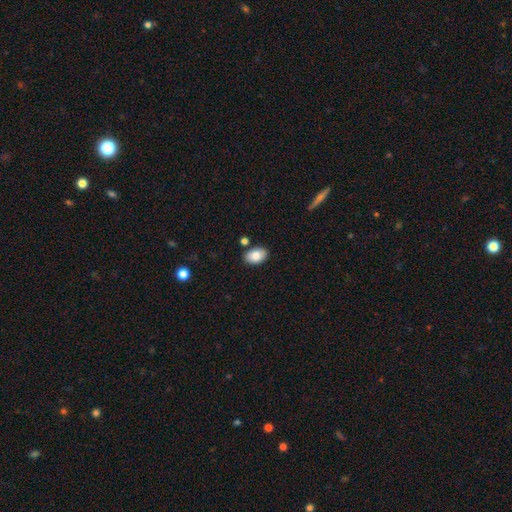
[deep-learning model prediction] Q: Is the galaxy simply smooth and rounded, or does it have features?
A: smooth — 86%.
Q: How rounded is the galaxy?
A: in between — 89%.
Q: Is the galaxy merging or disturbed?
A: none — 83%.